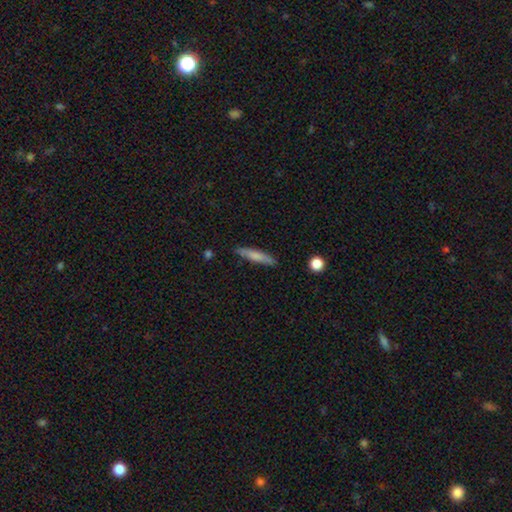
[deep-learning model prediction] smooth 70%, featured or disk 24%, star or artifact 6%. Down the decision tree: how rounded — cigar-shaped (89%); merging — none (86%).